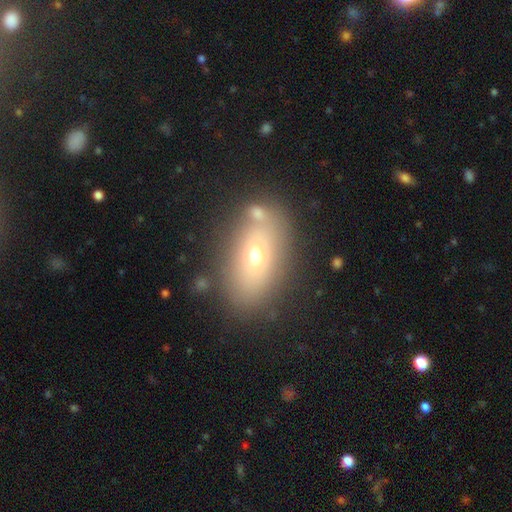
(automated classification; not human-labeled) Q: Smooth or featured?
A: smooth (59%); runner-up: featured or disk (28%)
Q: How rounded?
A: in between (82%); runner-up: round (13%)
Q: Merging?
A: none (71%); runner-up: minor disturbance (12%)